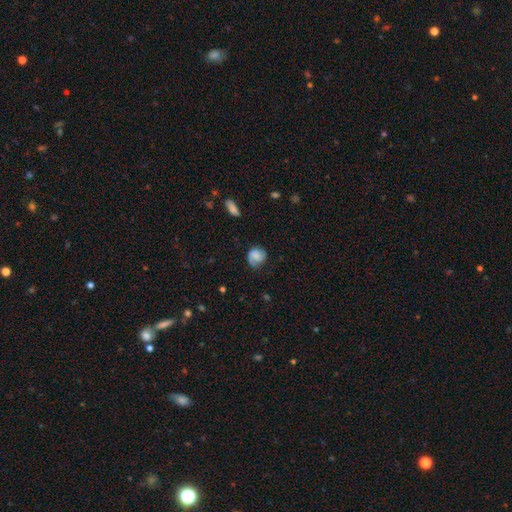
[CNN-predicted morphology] smooth-or-featured: smooth: 52% | featured or disk: 40% | star or artifact: 8%
  how-rounded: round: 73% | in between: 26% | cigar-shaped: 1%
  merging: none: 60% | minor disturbance: 26% | major disturbance: 13% | merger: 2%